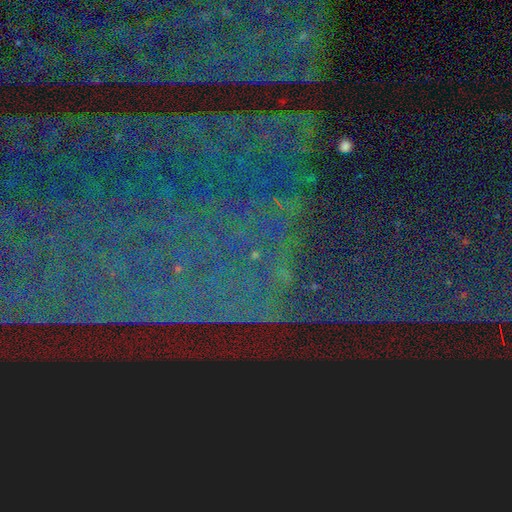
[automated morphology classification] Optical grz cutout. It shows a star or artifact, not a galaxy (87%).